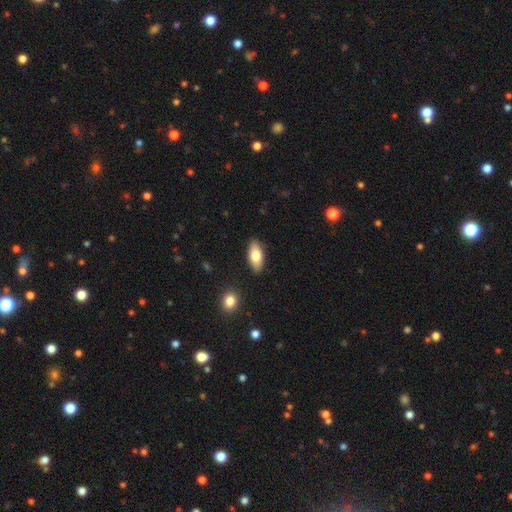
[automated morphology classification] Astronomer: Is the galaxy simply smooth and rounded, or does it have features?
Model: smooth — 77%.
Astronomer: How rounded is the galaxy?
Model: in between — 87%.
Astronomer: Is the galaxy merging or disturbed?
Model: none — 88%.